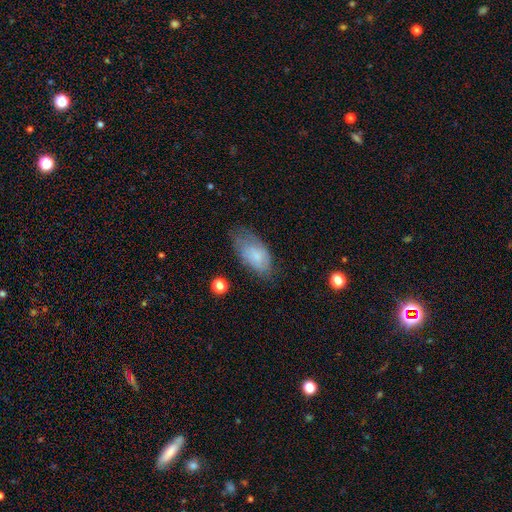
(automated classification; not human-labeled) smooth 68%, featured or disk 24%, star or artifact 8%. Down the decision tree: how rounded — in between (93%); merging — none (55%).